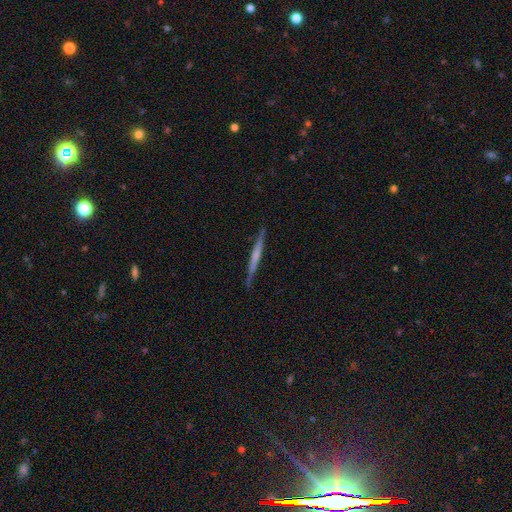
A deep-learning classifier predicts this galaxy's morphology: smooth_or_featured: featured or disk (p=0.58) [alt: smooth p=0.36]
disk_edge_on: yes (p=0.97) [alt: no p=0.03]
edge_on_bulge: none (p=0.68) [alt: rounded p=0.20]
merging: none (p=0.88) [alt: minor disturbance p=0.09]